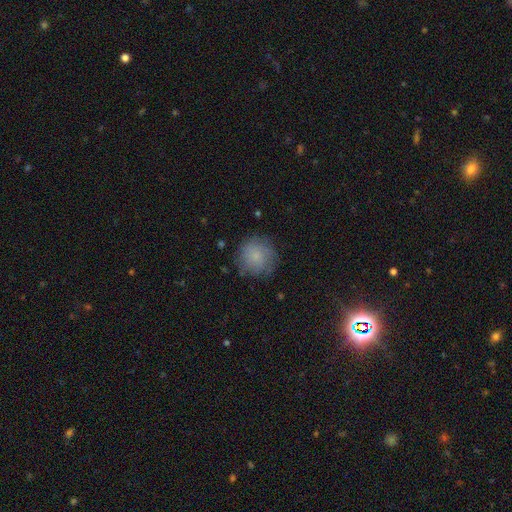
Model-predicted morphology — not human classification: A smooth galaxy with no disk features (76%) that is round (93%).

Vote fractions:
- Smooth or featured? smooth: 76% / featured or disk: 16% / star or artifact: 8%
- How rounded? round: 93% / in between: 6% / cigar-shaped: 1%
- Merging? none: 78% / minor disturbance: 16% / major disturbance: 5% / merger: 1%